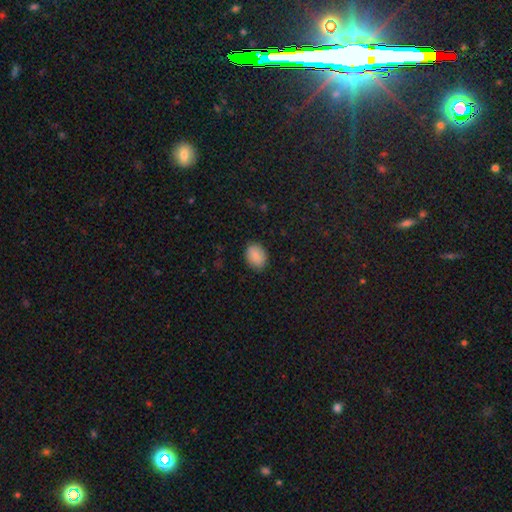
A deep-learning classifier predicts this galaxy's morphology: Smooth or featured: smooth — 88% (star or artifact — 7%)
How rounded: in between — 73% (round — 26%)
Merging: none — 86% (minor disturbance — 10%)